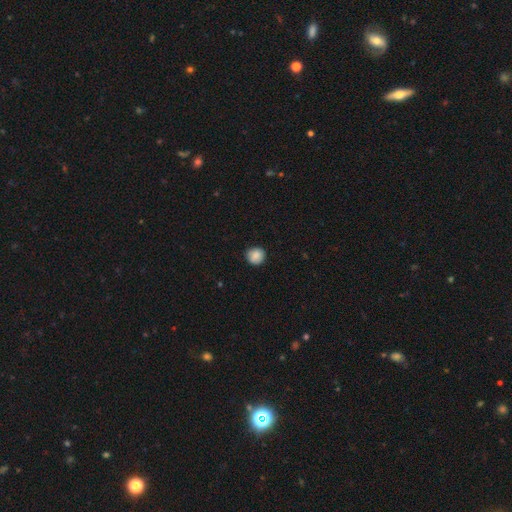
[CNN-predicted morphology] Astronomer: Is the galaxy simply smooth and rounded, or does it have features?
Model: smooth — 87%.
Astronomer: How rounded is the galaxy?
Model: round — 90%.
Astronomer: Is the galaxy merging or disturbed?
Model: none — 84%.